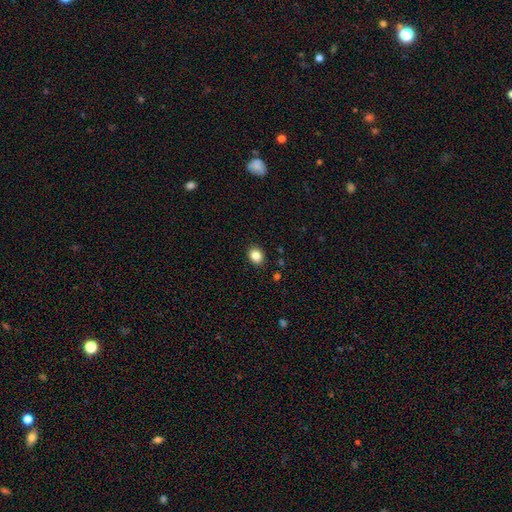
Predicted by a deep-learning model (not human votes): smooth_or_featured: smooth (p=0.85) [alt: star or artifact p=0.10]
how_rounded: round (p=0.55) [alt: in between p=0.44]
merging: none (p=0.90) [alt: minor disturbance p=0.07]